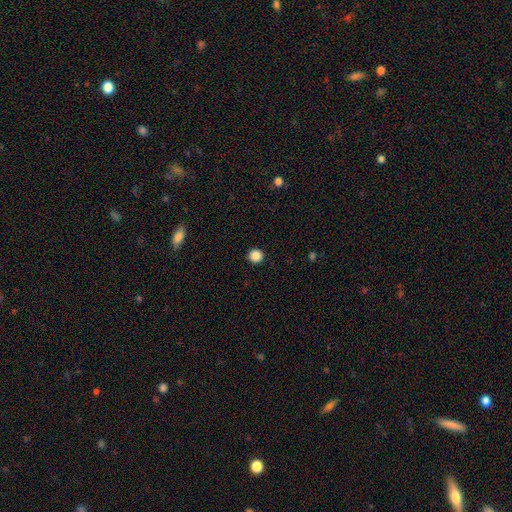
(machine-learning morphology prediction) Smooth or featured? smooth (87%)
How rounded? round (93%)
Merging? none (93%)